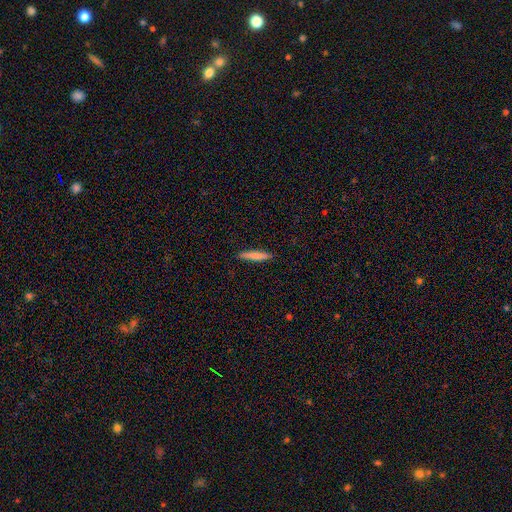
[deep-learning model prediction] smooth 78%, featured or disk 17%, star or artifact 6%. Down the decision tree: how rounded — cigar-shaped (91%); merging — none (90%).